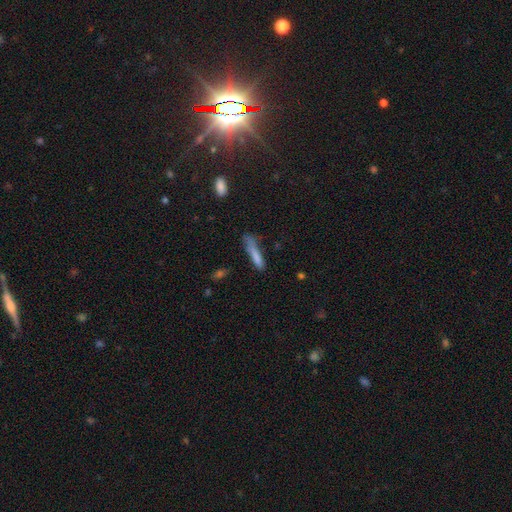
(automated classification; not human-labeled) Smooth or featured? smooth (77%)
How rounded? cigar-shaped (88%)
Merging? none (53%)